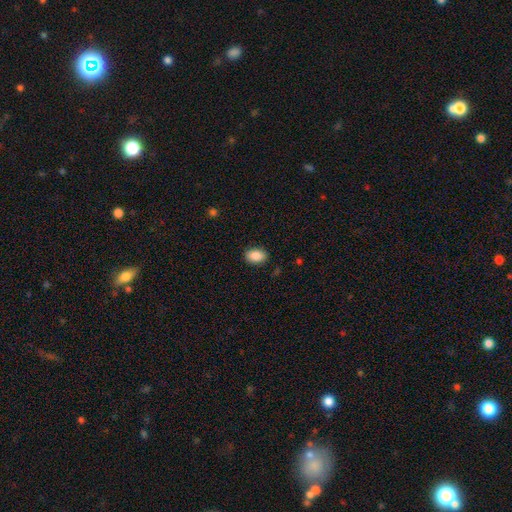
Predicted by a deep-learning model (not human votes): A smooth galaxy with no disk features (89%) that is in between round and cigar-shaped (85%). Merging: none (88%).